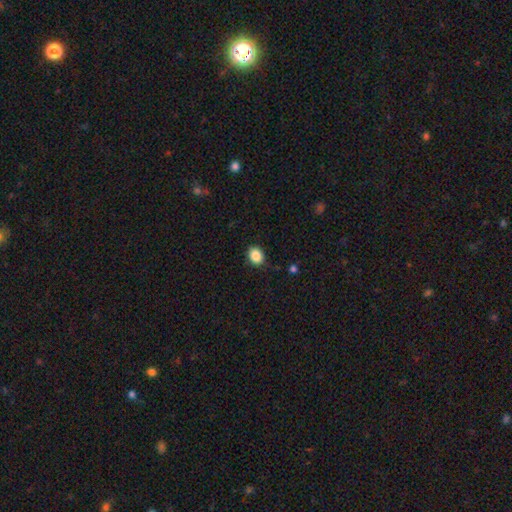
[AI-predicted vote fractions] smooth-or-featured: smooth: 87% | star or artifact: 9% | featured or disk: 4%
  how-rounded: in between: 54% | round: 45% | cigar-shaped: 1%
  merging: none: 87% | minor disturbance: 9% | major disturbance: 2% | merger: 1%